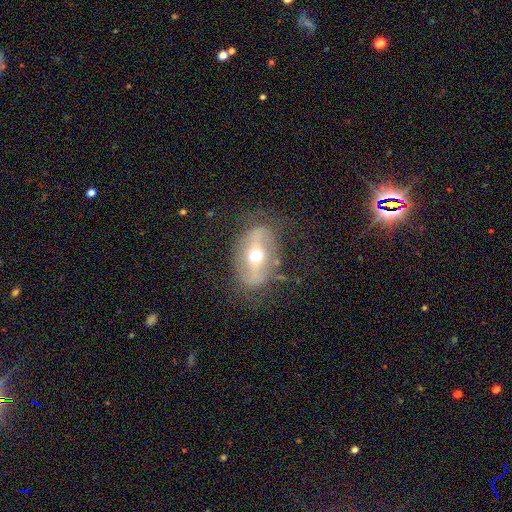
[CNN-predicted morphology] This appears to be a featured or disk galaxy (68%) with a strong bar (51%), spiral arms (50%, tied with no) and a moderate central bulge (72%). Merging: none (70%).